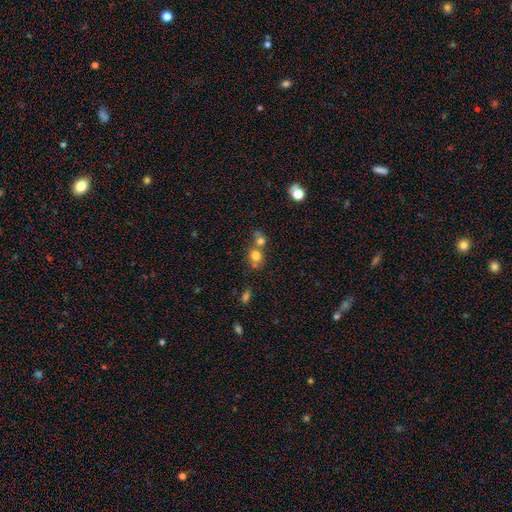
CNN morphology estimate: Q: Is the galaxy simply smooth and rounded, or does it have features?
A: smooth — 76%.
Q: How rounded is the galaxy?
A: round — 72%.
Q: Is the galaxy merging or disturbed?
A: merger — 50%.